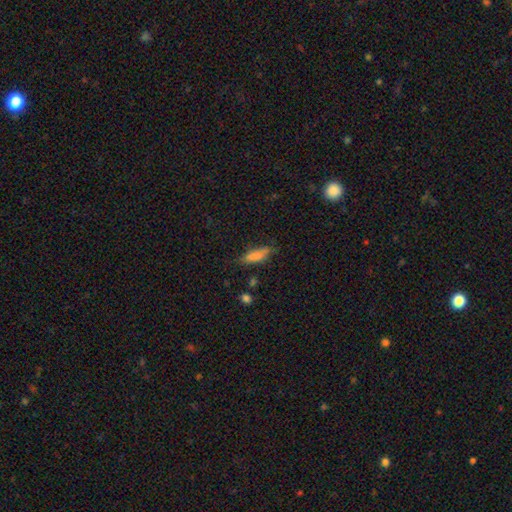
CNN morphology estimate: smooth 81%, featured or disk 11%, star or artifact 8%. Down the decision tree: how rounded — cigar-shaped (49%); merging — none (64%).